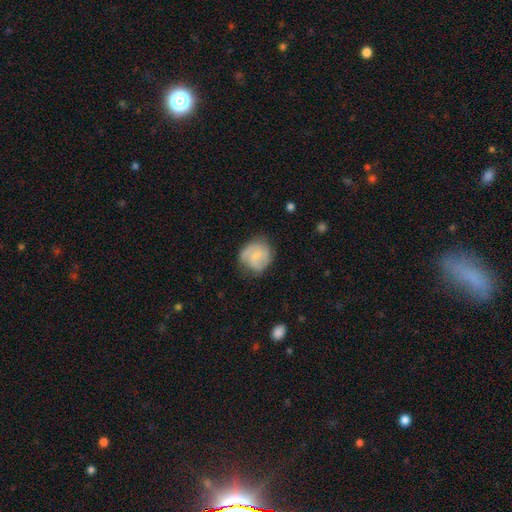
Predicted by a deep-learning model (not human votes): featured or disk 59%, smooth 35%, star or artifact 7%. Down the decision tree: edge-on disk — no (98%); bar — no (48%); spiral arms — yes (90%); spiral arm count — 2 (55%); spiral winding — medium (46%); bulge size — small (58%); merging — none (67%).